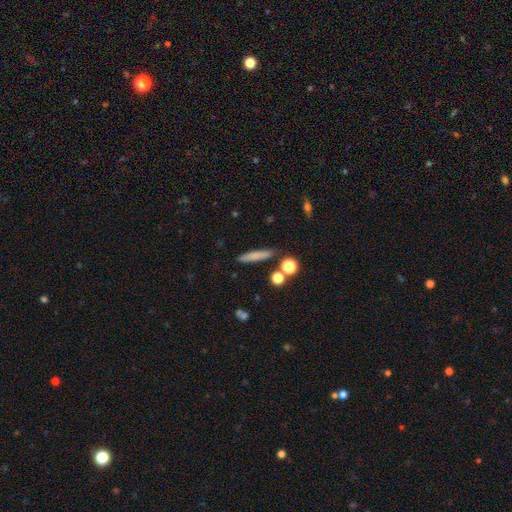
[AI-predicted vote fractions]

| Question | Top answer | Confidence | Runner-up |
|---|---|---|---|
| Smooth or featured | smooth | 73% | featured or disk (18%) |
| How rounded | cigar-shaped | 87% | in between (9%) |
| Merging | none | 83% | minor disturbance (9%) |